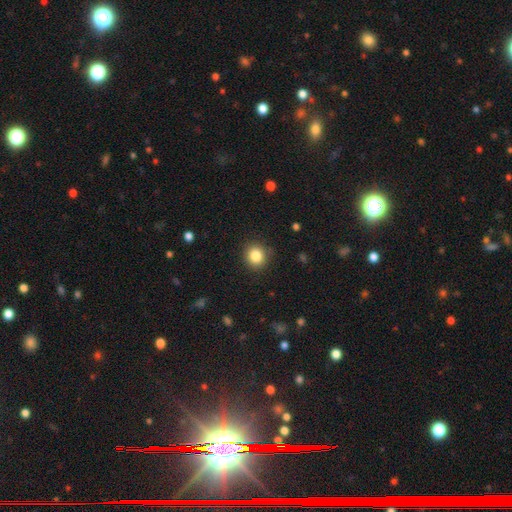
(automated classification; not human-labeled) A smooth galaxy with no disk features (84%) that is round (85%).

Vote fractions:
- Smooth or featured? smooth: 84% / star or artifact: 10% / featured or disk: 5%
- How rounded? round: 85% / in between: 14% / cigar-shaped: 1%
- Merging? none: 88% / minor disturbance: 8% / major disturbance: 3% / merger: 1%